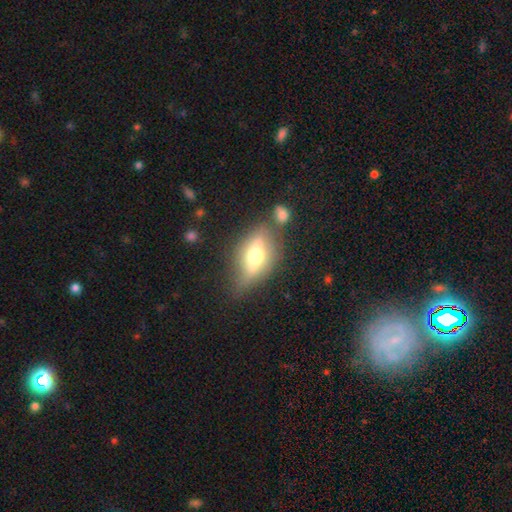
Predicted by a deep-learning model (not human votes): A featured or disk galaxy (49%).

Vote fractions:
- Smooth or featured? featured or disk: 49% / smooth: 43% / star or artifact: 8%
- Merging? none: 58% / minor disturbance: 22% / major disturbance: 10% / merger: 10%